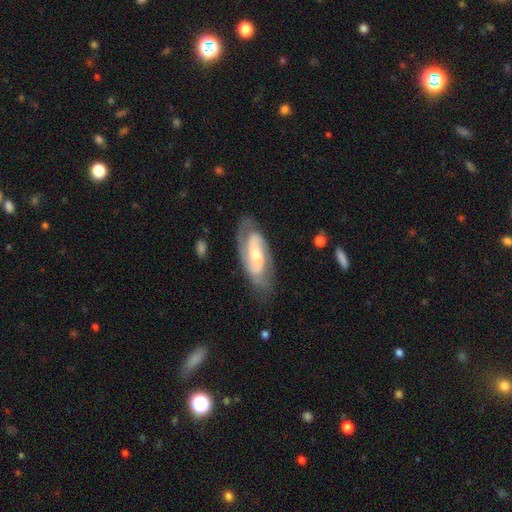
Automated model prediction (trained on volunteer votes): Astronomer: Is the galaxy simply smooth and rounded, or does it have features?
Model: featured or disk — 81%.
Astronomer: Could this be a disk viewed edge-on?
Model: no — 93%.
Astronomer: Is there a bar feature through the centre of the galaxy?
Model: weak — 44% (runner-up: no, 28%).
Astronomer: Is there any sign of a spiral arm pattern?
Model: yes — 93%.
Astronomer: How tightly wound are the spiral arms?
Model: medium — 47% (runner-up: tight, 36%).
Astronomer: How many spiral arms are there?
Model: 2 — 81%.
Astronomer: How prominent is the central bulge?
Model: moderate — 47% (runner-up: small, 41%).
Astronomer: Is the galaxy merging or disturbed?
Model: none — 73%.